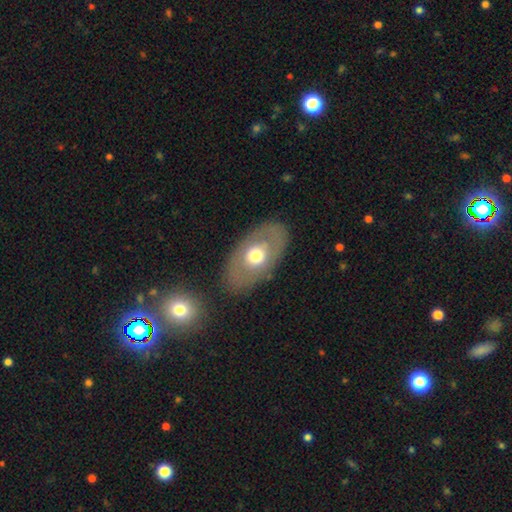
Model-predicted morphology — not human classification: This is possibly a smooth galaxy (49%). Merging: clearly none (81%).